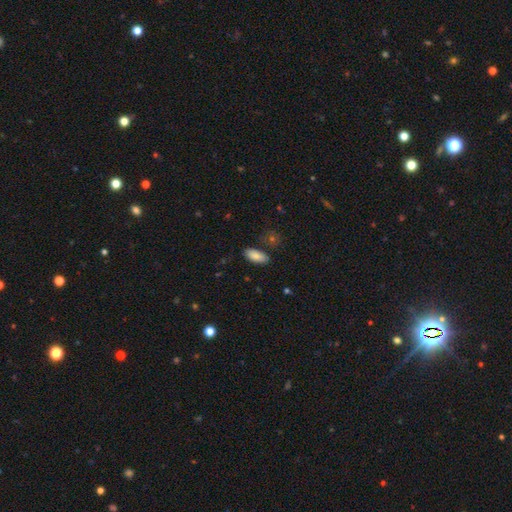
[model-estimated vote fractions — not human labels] smooth-or-featured: smooth: 86% | star or artifact: 7% | featured or disk: 7%
  how-rounded: in between: 85% | cigar-shaped: 13% | round: 2%
  merging: none: 81% | minor disturbance: 13% | merger: 4% | major disturbance: 3%